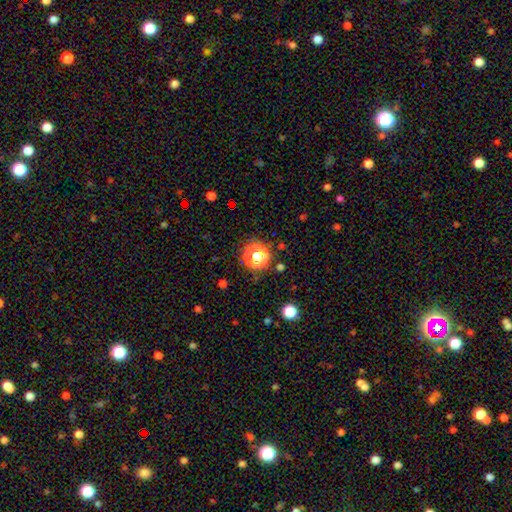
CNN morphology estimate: Overall: smooth (62%; star or artifact 29%). How rounded: round (91%). Merging: none (81%).